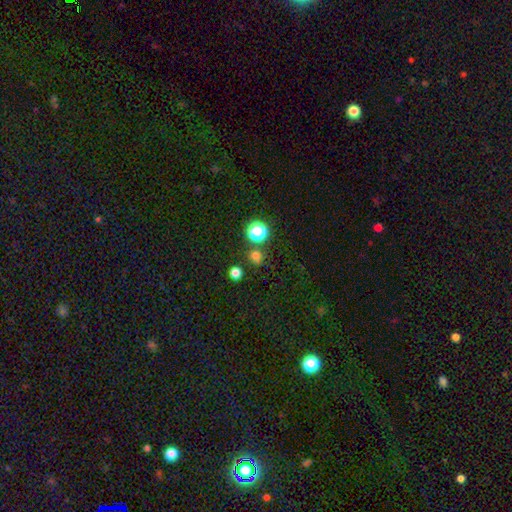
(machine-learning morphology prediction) smooth 70%, star or artifact 25%, featured or disk 6%. Down the decision tree: how rounded — round (85%); merging — none (77%).